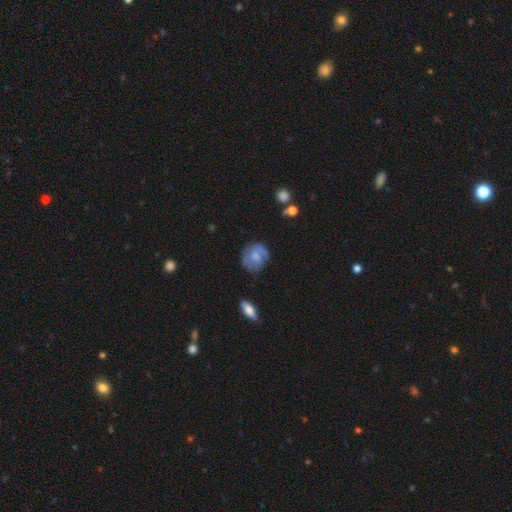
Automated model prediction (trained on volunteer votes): smooth_or_featured: featured or disk (p=0.60) [alt: smooth p=0.34]
disk_edge_on: no (p=0.97) [alt: yes p=0.03]
bar: no (p=0.51) [alt: weak p=0.42]
has_spiral_arms: yes (p=0.86) [alt: no p=0.14]
bulge_size: small (p=0.43) [alt: moderate p=0.33]
merging: none (p=0.71) [alt: minor disturbance p=0.20]